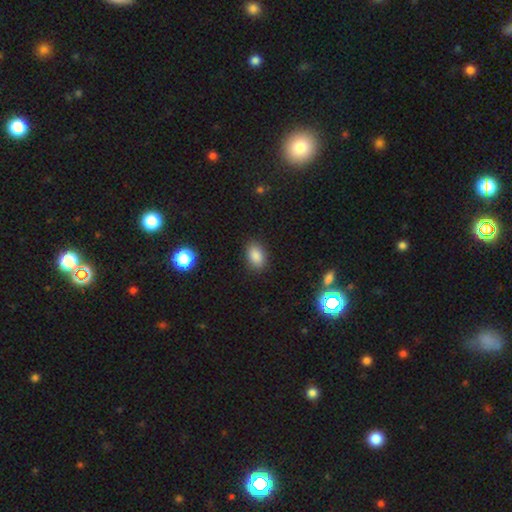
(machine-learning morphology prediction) This is clearly a smooth galaxy (86%). How rounded: clearly in between (85%). Merging: clearly none (87%).